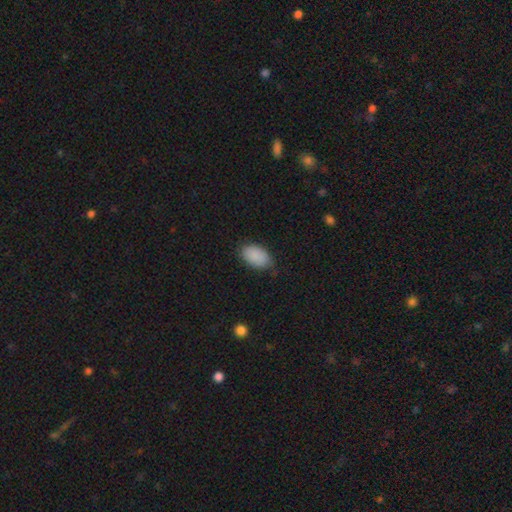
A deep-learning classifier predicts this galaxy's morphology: The model was most divided on "merging": none: 76%, minor disturbance: 19%, major disturbance: 3%, merger: 1%. More confident: how rounded — in between (93%); smooth or featured — smooth (89%).